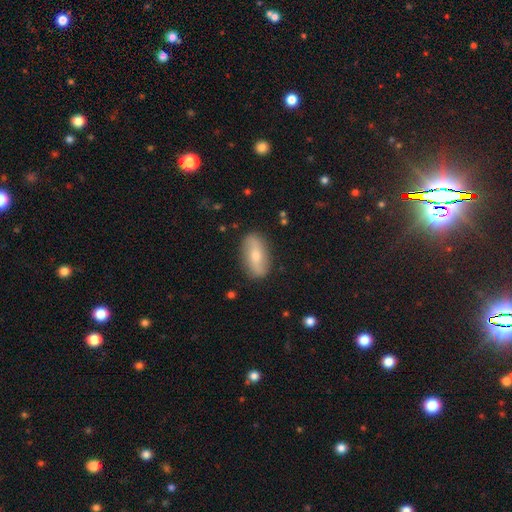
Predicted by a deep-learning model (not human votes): A smooth galaxy with no disk features (49%).

Vote fractions:
- Smooth or featured? smooth: 49% / featured or disk: 45% / star or artifact: 6%
- Merging? none: 85% / minor disturbance: 11% / major disturbance: 3% / merger: 1%